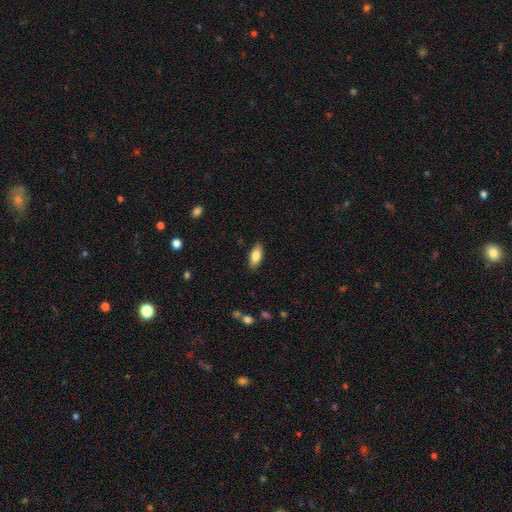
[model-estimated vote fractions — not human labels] Smooth or featured? smooth (82%)
How rounded? in between (83%)
Merging? none (87%)